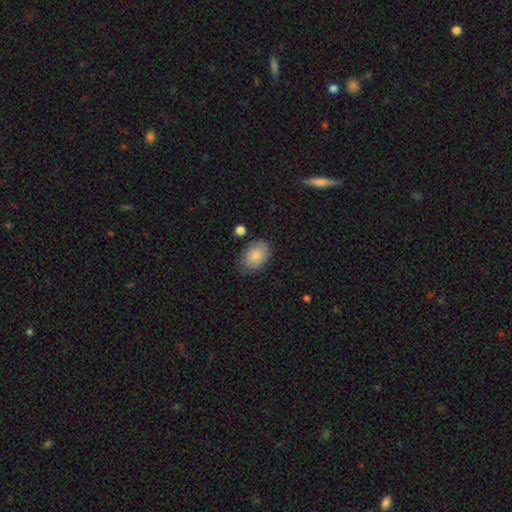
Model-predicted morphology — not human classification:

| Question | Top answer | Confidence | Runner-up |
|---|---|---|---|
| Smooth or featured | smooth | 80% | featured or disk (13%) |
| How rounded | in between | 85% | round (14%) |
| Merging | none | 71% | minor disturbance (21%) |